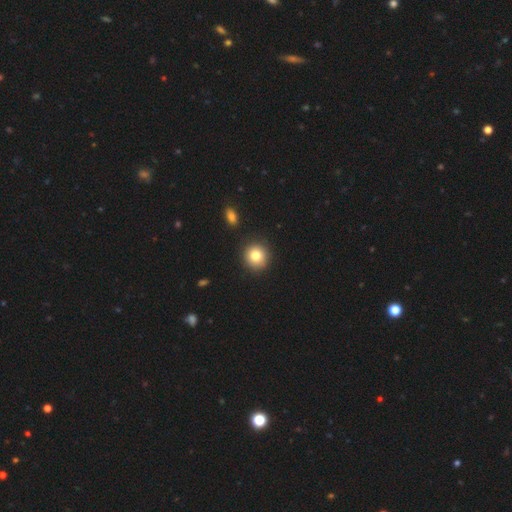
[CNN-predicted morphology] smooth_or_featured: smooth (p=0.80) [alt: star or artifact p=0.11]
how_rounded: round (p=0.91) [alt: in between p=0.08]
merging: none (p=0.89) [alt: minor disturbance p=0.06]